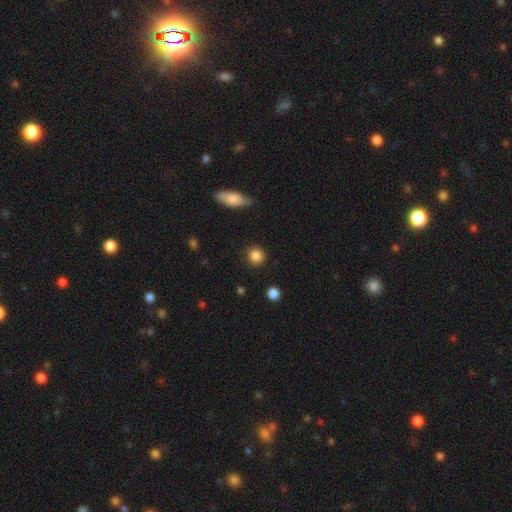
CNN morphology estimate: smooth_or_featured: smooth (p=0.86) [alt: star or artifact p=0.10]
how_rounded: round (p=0.89) [alt: in between p=0.10]
merging: none (p=0.89) [alt: minor disturbance p=0.07]